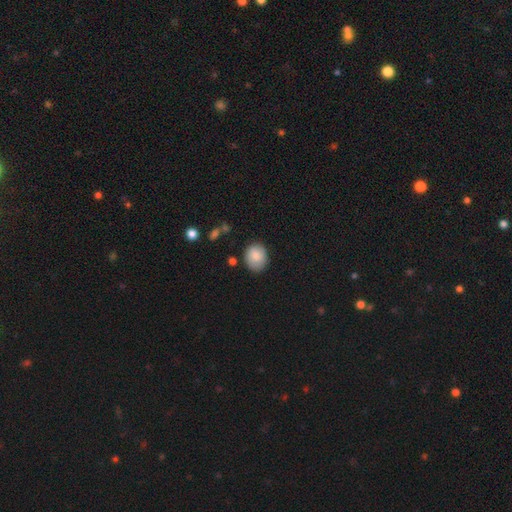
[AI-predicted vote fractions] Overall: smooth (85%). How rounded: round (51%; in between 48%). Merging: none (77%).